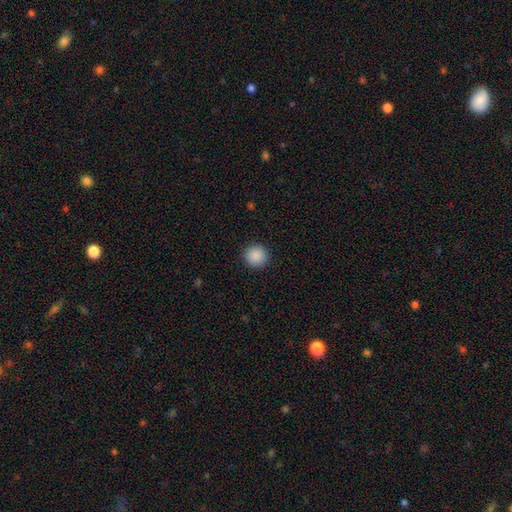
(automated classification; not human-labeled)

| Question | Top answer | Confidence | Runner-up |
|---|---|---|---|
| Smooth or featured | smooth | 89% | star or artifact (9%) |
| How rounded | round | 94% | in between (5%) |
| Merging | none | 92% | minor disturbance (5%) |